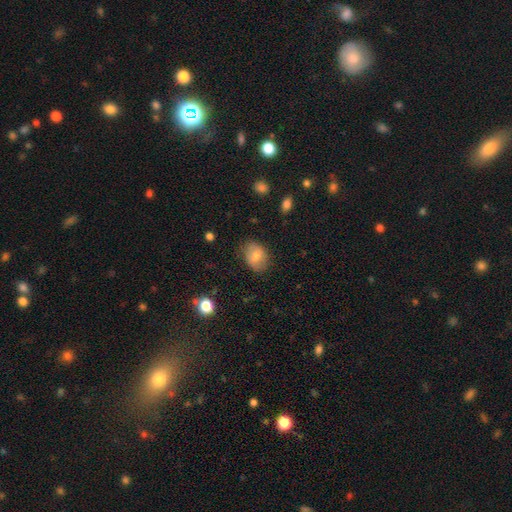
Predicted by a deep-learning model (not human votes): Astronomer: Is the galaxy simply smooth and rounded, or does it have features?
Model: smooth — 69%.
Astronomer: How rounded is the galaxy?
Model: in between — 66%.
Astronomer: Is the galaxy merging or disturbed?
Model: none — 80%.